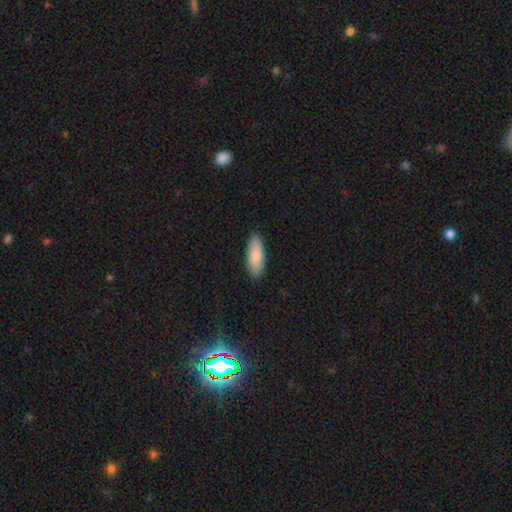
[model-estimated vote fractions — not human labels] This is clearly a smooth galaxy (84%). How rounded: likely in between (70%). Merging: clearly none (88%).